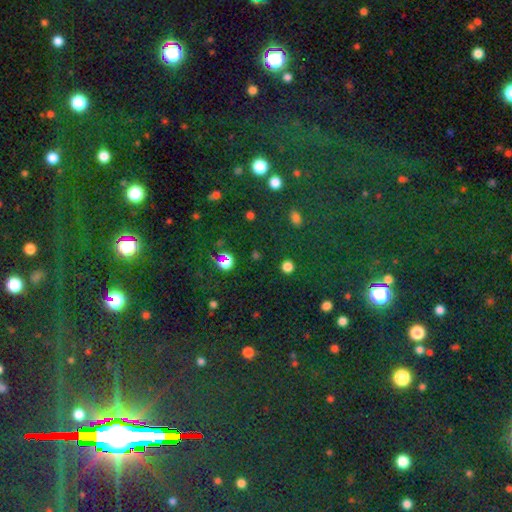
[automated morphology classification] star or artifact 81%, smooth 11%, featured or disk 8%.